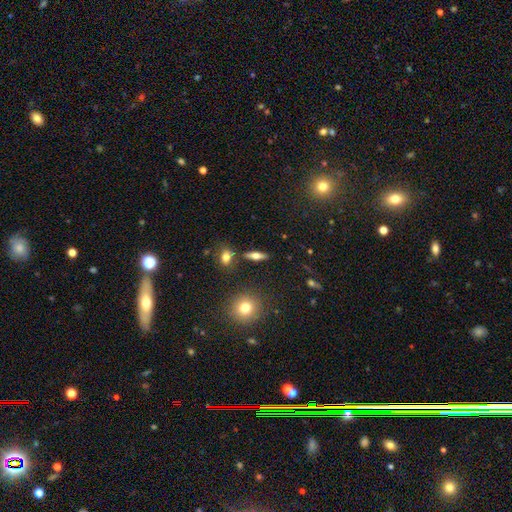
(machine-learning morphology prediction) This appears to be a smooth galaxy with no disk features (45%, tied with featured or disk). Merging: none (81%).